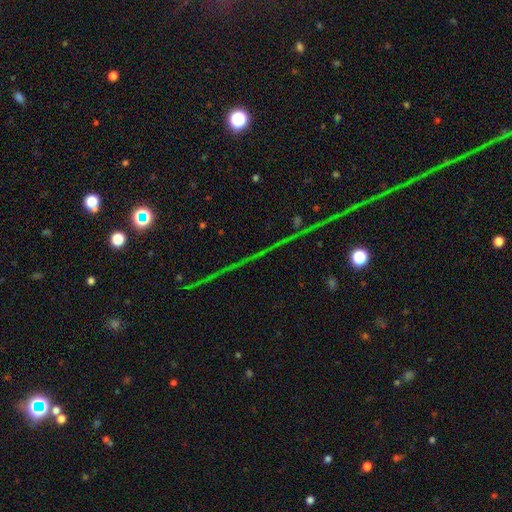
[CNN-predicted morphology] star or artifact 75%, featured or disk 14%, smooth 10%.